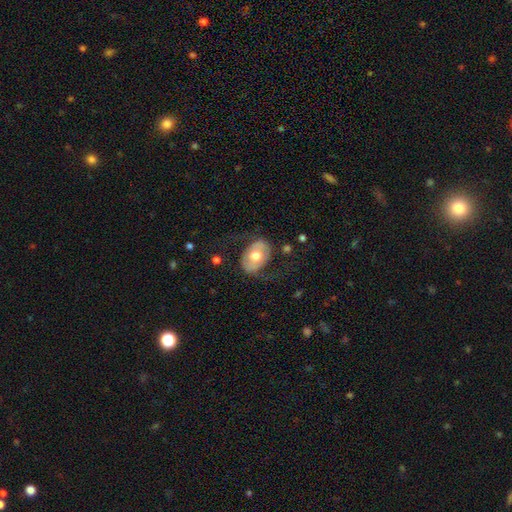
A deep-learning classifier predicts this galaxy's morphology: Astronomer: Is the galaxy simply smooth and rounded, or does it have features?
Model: featured or disk — 51% (runner-up: smooth, 44%).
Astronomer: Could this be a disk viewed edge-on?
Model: no — 93%.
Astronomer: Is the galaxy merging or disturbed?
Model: none — 64%.